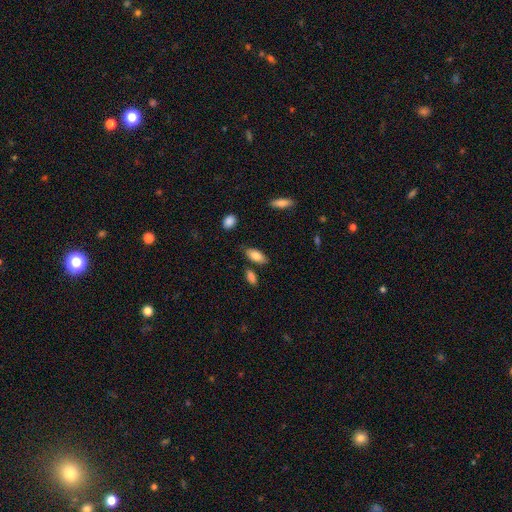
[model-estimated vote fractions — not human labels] A smooth galaxy with no disk features (82%) that is in between round and cigar-shaped (87%).

Vote fractions:
- Smooth or featured? smooth: 82% / featured or disk: 11% / star or artifact: 7%
- How rounded? in between: 87% / cigar-shaped: 10% / round: 2%
- Merging? none: 78% / minor disturbance: 13% / merger: 6% / major disturbance: 3%